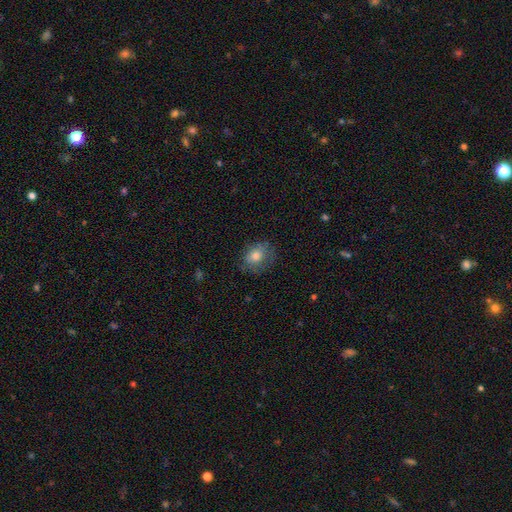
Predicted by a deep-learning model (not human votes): This appears to be a smooth galaxy with no disk features (74%) that is round (53%). Merging: none (68%).